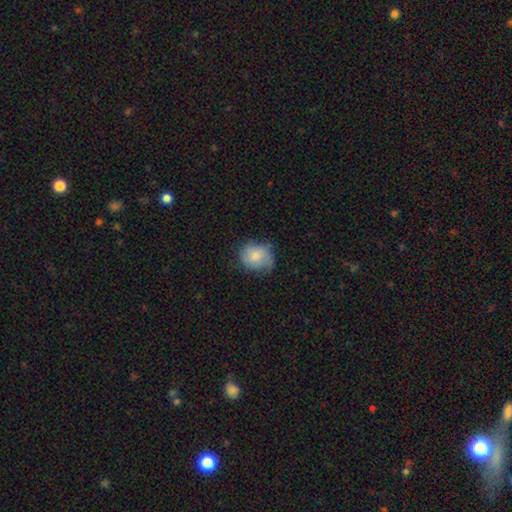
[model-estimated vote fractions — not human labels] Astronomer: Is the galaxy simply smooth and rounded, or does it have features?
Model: smooth — 72%.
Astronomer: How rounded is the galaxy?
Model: round — 60% (runner-up: in between, 40%).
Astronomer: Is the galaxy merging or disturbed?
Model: none — 56%.